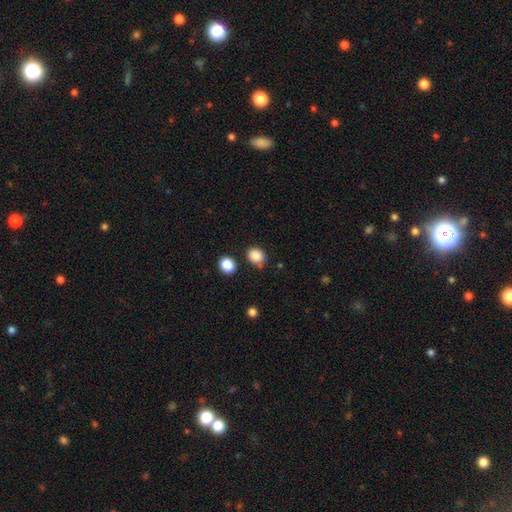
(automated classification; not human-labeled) smooth_or_featured: smooth (p=0.86) [alt: star or artifact p=0.10]
how_rounded: round (p=0.61) [alt: in between p=0.39]
merging: none (p=0.71) [alt: minor disturbance p=0.18]